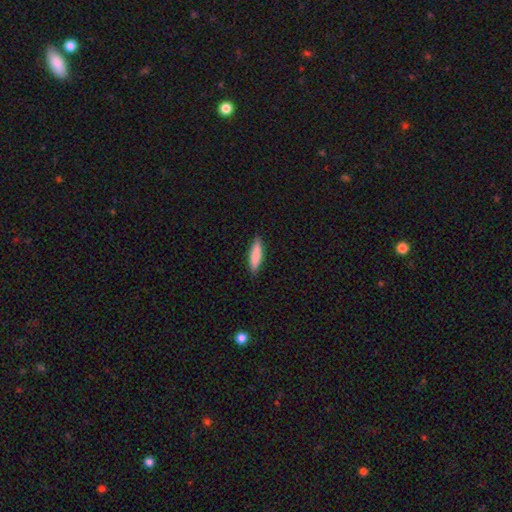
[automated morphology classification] This is clearly a smooth galaxy (84%). How rounded: likely cigar-shaped (73%). Merging: clearly none (89%).